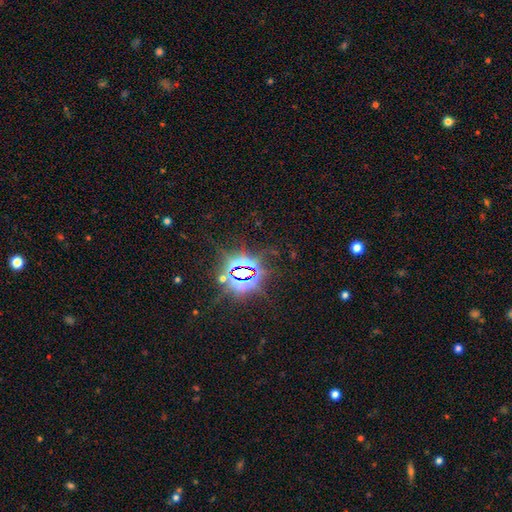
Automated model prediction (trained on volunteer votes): smooth-or-featured: star or artifact: 85% | smooth: 8% | featured or disk: 7%